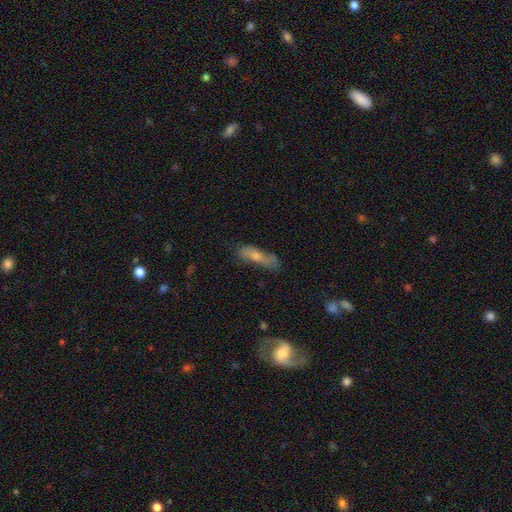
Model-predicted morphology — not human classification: This is possibly a featured or disk galaxy (49%). Merging: likely none (63%).